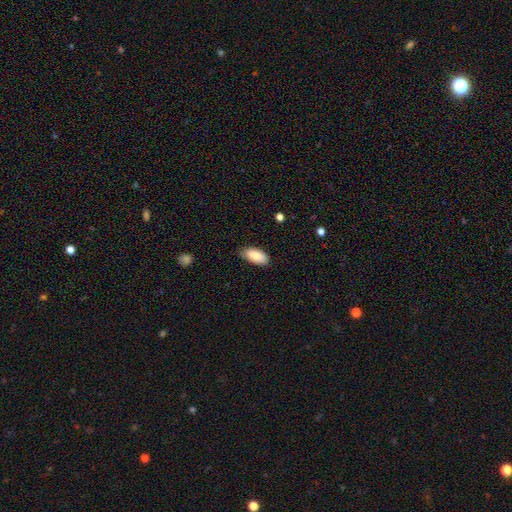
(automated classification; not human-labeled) This appears to be a smooth galaxy with no disk features (87%) that is in between round and cigar-shaped (91%). Merging: none (81%).